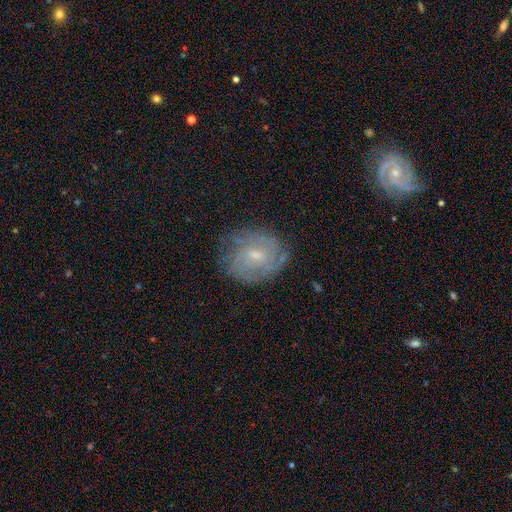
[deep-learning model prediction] This appears to be a featured or disk galaxy (65%) with no bar (51%), tight (58%) spiral arms (82%) and a small central bulge (58%). Merging: none (71%).